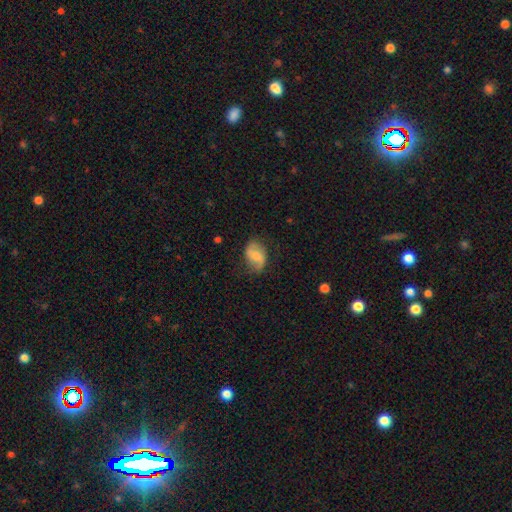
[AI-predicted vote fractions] This is possibly a featured or disk galaxy (51%). It is clearly not viewed edge-on (97%). Merging: likely none (68%).